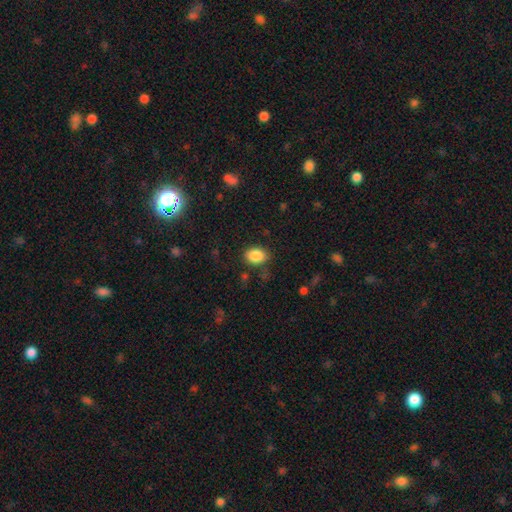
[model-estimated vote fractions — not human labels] Q: Smooth or featured?
A: smooth (87%); runner-up: star or artifact (9%)
Q: How rounded?
A: in between (70%); runner-up: round (29%)
Q: Merging?
A: none (80%); runner-up: minor disturbance (14%)